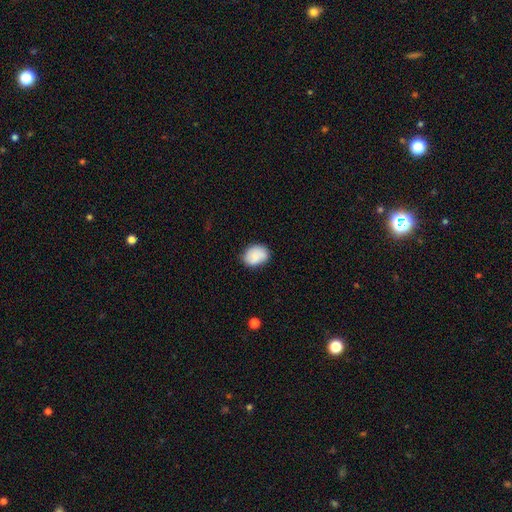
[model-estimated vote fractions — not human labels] Morphology: type=smooth (81%); roundness=in between (67%); merging=none (74%).